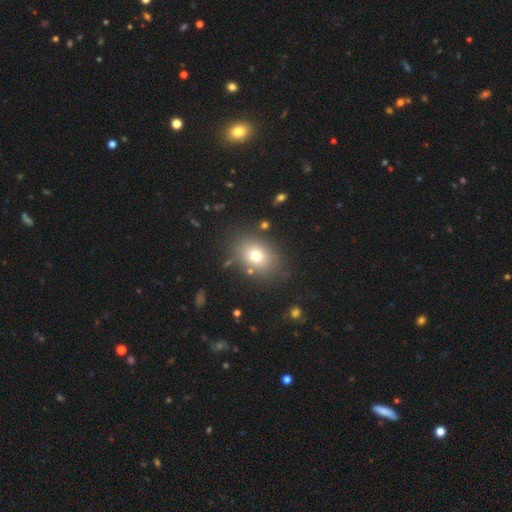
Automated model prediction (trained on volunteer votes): Smooth or featured? smooth (75%)
How rounded? in between (64%)
Merging? none (80%)